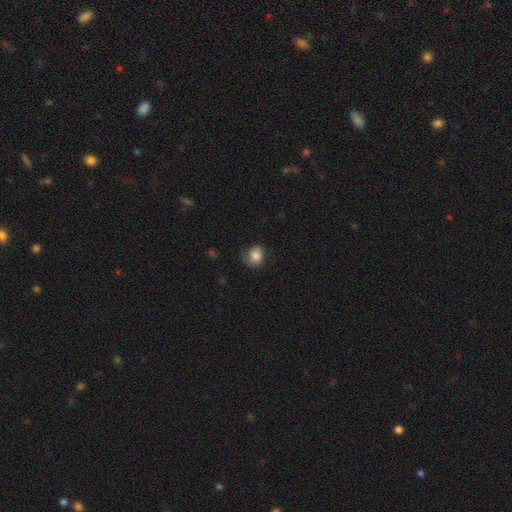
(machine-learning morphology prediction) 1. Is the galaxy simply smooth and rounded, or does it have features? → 75% smooth, 16% featured or disk, 9% star or artifact.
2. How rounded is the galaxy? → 61% round, 38% in between, 1% cigar-shaped.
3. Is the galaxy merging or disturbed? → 56% none, 29% minor disturbance, 13% major disturbance, 1% merger.